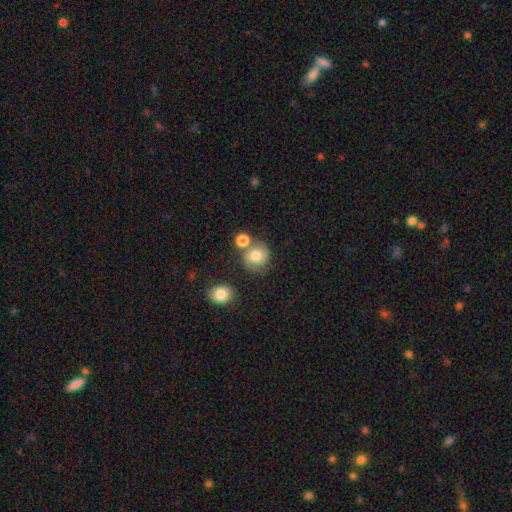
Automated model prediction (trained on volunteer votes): A smooth galaxy with no disk features (76%) that is round (82%).

Vote fractions:
- Smooth or featured? smooth: 76% / featured or disk: 14% / star or artifact: 10%
- How rounded? round: 82% / in between: 17% / cigar-shaped: 1%
- Merging? none: 60% / merger: 21% / minor disturbance: 14% / major disturbance: 6%